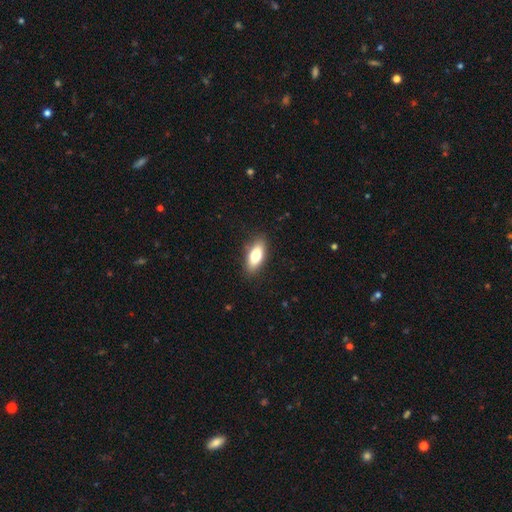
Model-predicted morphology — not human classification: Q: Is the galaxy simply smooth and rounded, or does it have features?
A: smooth — 77%.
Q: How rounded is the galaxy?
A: in between — 78%.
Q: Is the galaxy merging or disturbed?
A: none — 87%.